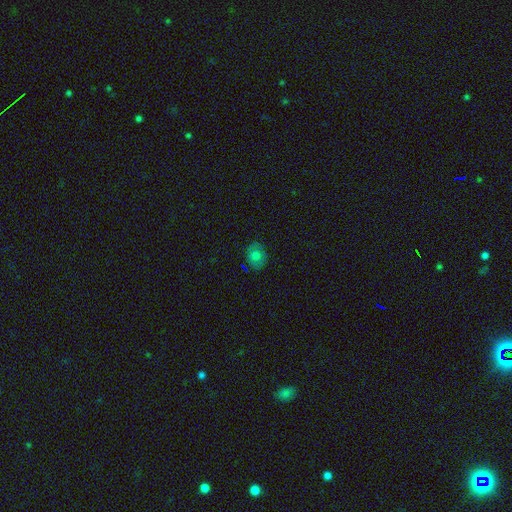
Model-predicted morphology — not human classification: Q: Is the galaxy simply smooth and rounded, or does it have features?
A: smooth — 67%.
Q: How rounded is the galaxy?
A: round — 53%.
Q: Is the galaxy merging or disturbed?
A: none — 80%.